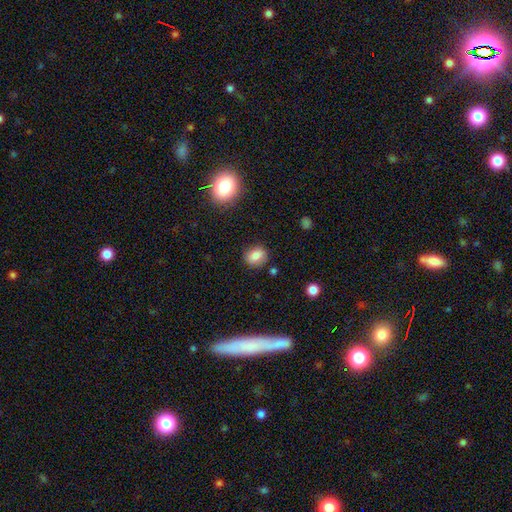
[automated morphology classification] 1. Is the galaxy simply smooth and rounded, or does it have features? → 81% smooth, 11% star or artifact, 9% featured or disk.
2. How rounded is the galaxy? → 60% round, 39% in between, 1% cigar-shaped.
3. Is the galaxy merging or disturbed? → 82% none, 13% minor disturbance, 3% major disturbance, 3% merger.